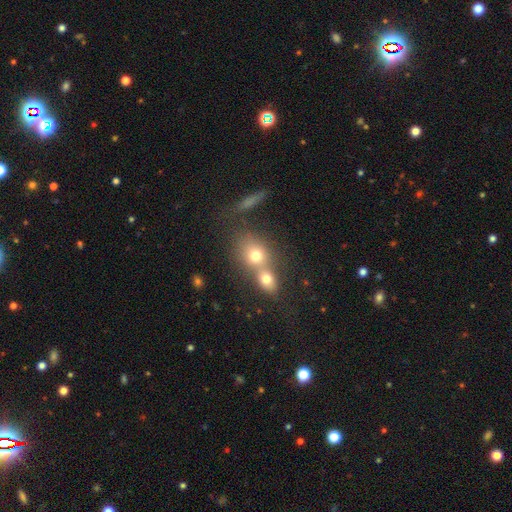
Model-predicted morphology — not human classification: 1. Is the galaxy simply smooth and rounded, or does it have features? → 71% smooth, 15% featured or disk, 13% star or artifact.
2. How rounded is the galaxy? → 64% round, 34% in between, 2% cigar-shaped.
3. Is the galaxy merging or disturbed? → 58% merger, 31% none, 7% minor disturbance, 4% major disturbance.